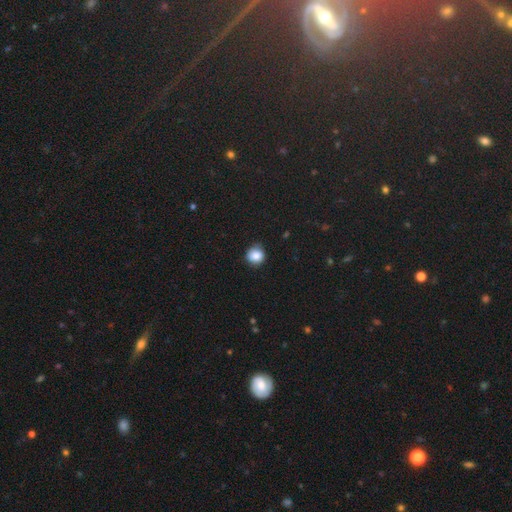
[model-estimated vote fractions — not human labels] This appears to be a smooth galaxy with no disk features (85%) that is round (86%). Merging: none (78%).